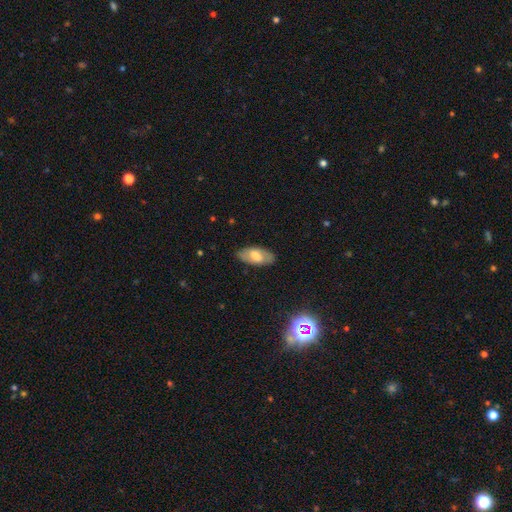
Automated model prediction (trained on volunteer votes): This appears to be a smooth galaxy with no disk features (53%) that is in between round and cigar-shaped (90%). Merging: none (83%).